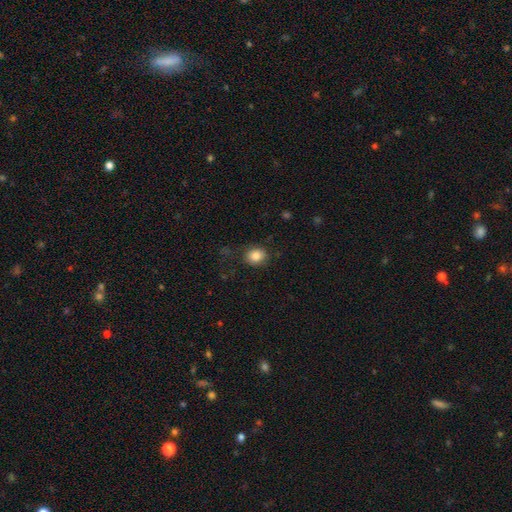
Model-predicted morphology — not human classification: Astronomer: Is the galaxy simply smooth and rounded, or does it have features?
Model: smooth — 85%.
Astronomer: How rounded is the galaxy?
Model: round — 69%.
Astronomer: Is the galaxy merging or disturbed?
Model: none — 83%.